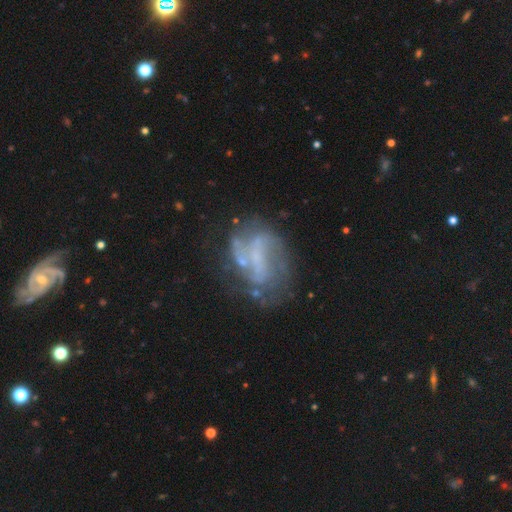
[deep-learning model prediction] smooth-or-featured: featured or disk: 72% | smooth: 17% | star or artifact: 11%
  disk-edge-on: no: 97% | yes: 3%
    bar: weak: 38% | no: 37% | strong: 26%
    has-spiral-arms: yes: 63% | no: 37%
    bulge-size: none: 54% | small: 33% | moderate: 10% | large: 2% | dominant: 1%
  merging: none: 51% | major disturbance: 21% | minor disturbance: 21% | merger: 7%